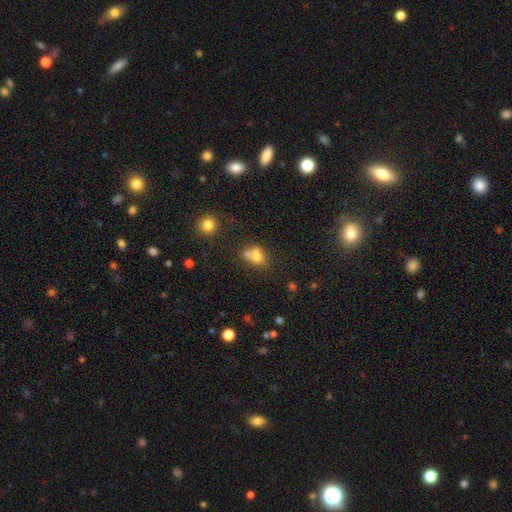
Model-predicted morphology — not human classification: Q: Smooth or featured?
A: smooth (69%); runner-up: star or artifact (16%)
Q: How rounded?
A: in between (53%); runner-up: round (44%)
Q: Merging?
A: merger (48%); runner-up: none (33%)